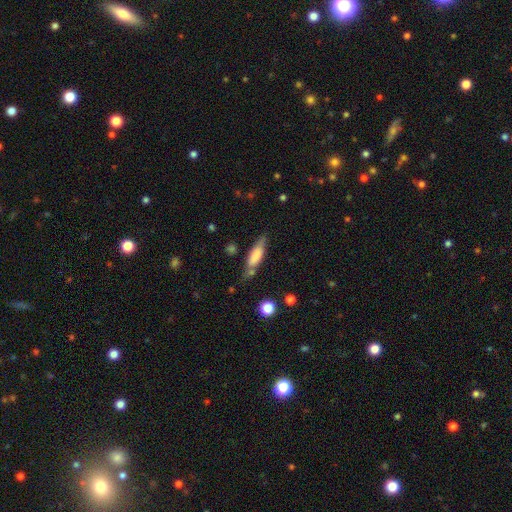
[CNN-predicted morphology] This is likely a smooth galaxy (68%). How rounded: possibly cigar-shaped (55%). Merging: likely none (63%).